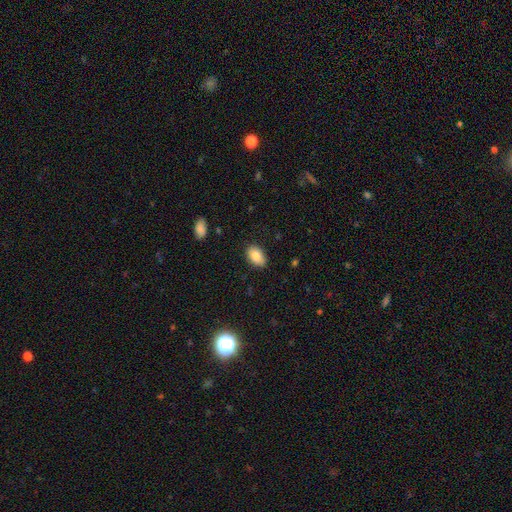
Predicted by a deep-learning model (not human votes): Smooth or featured: smooth — 85% (featured or disk — 8%)
How rounded: in between — 89% (round — 10%)
Merging: none — 84% (minor disturbance — 13%)